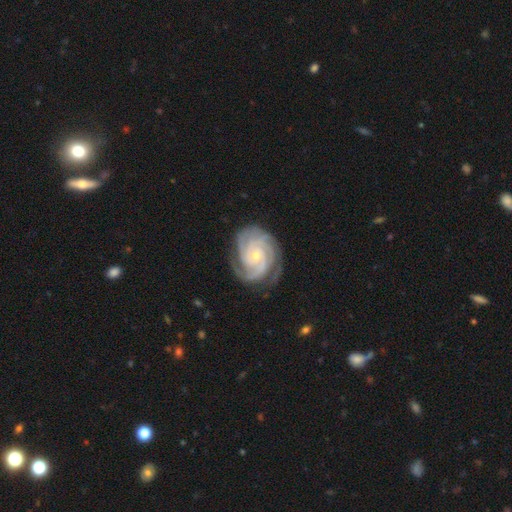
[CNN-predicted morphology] Smooth or featured? featured or disk (92%)
Edge-on disk? no (98%)
Bar? no (71%)
Spiral arms? yes (99%)
Spiral winding? tight (75%)
Spiral arm count? 3 (37%)
Bulge size? small (70%)
Merging? none (78%)